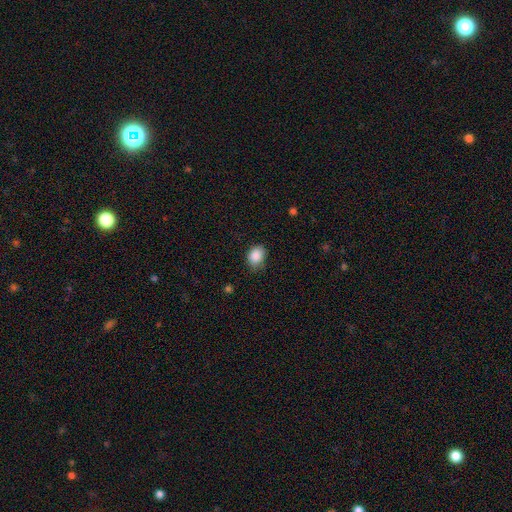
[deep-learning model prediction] smooth_or_featured: smooth (p=0.88) [alt: star or artifact p=0.08]
how_rounded: in between (p=0.60) [alt: round p=0.39]
merging: none (p=0.69) [alt: minor disturbance p=0.25]